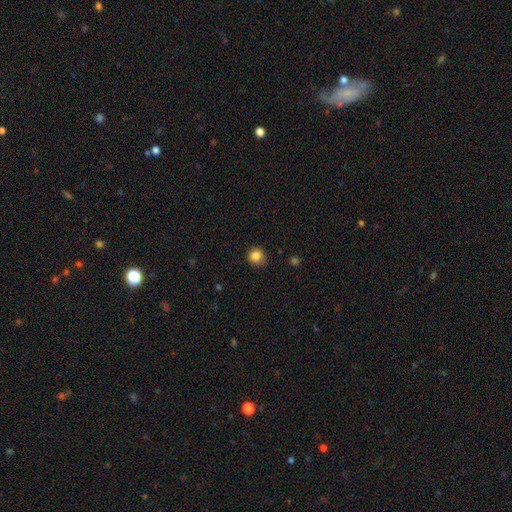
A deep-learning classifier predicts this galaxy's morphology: smooth-or-featured: smooth: 84% | star or artifact: 11% | featured or disk: 5%
  how-rounded: round: 89% | in between: 10% | cigar-shaped: 1%
  merging: none: 81% | minor disturbance: 15% | major disturbance: 3% | merger: 1%